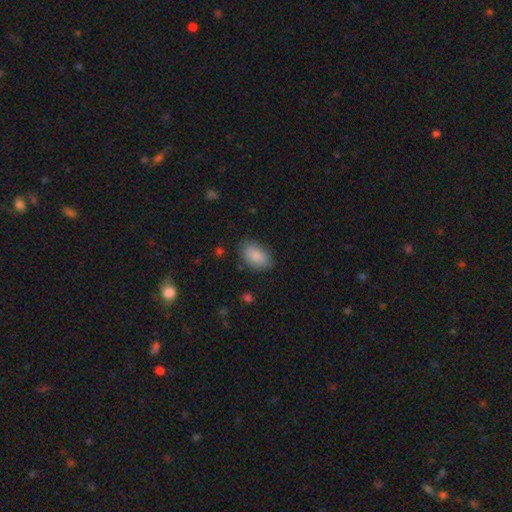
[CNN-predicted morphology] smooth-or-featured: smooth: 87% | featured or disk: 7% | star or artifact: 7%
  how-rounded: in between: 91% | round: 7% | cigar-shaped: 2%
  merging: none: 80% | minor disturbance: 15% | major disturbance: 4% | merger: 1%